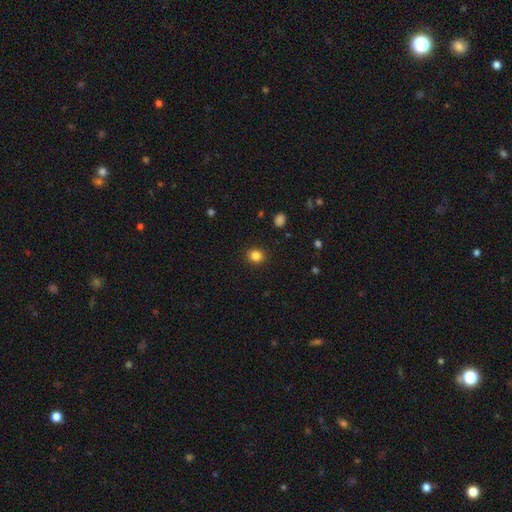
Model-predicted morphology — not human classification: Smooth or featured: smooth — 84% (star or artifact — 11%)
How rounded: round — 74% (in between — 25%)
Merging: none — 91% (minor disturbance — 6%)